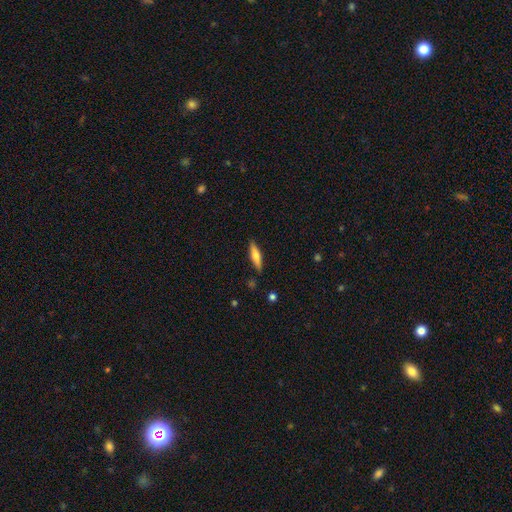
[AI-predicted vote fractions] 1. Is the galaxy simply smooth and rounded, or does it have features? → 56% smooth, 38% featured or disk, 6% star or artifact.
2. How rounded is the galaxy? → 75% cigar-shaped, 23% in between, 2% round.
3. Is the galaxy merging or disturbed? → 87% none, 10% minor disturbance, 2% major disturbance, 2% merger.